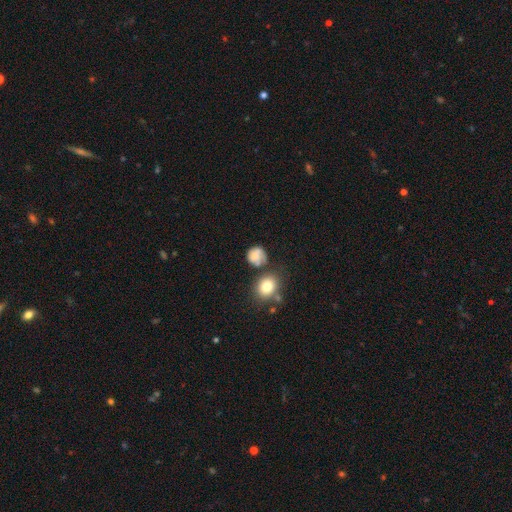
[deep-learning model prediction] smooth 72%, featured or disk 18%, star or artifact 10%. Down the decision tree: how rounded — round (75%); merging — none (48%).